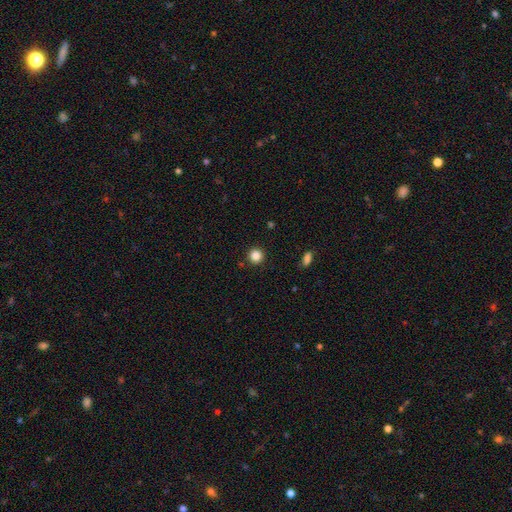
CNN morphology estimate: Smooth or featured: smooth — 85% (star or artifact — 11%)
How rounded: round — 94% (in between — 5%)
Merging: none — 91% (minor disturbance — 6%)